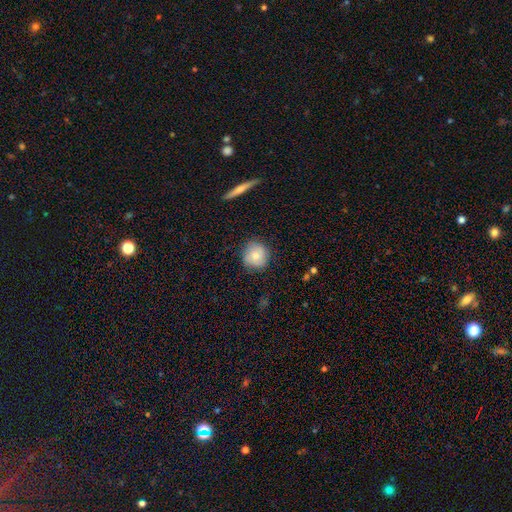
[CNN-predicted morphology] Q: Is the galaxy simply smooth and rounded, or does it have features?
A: smooth — 72%.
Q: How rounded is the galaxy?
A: round — 89%.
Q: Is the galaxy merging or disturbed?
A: none — 81%.